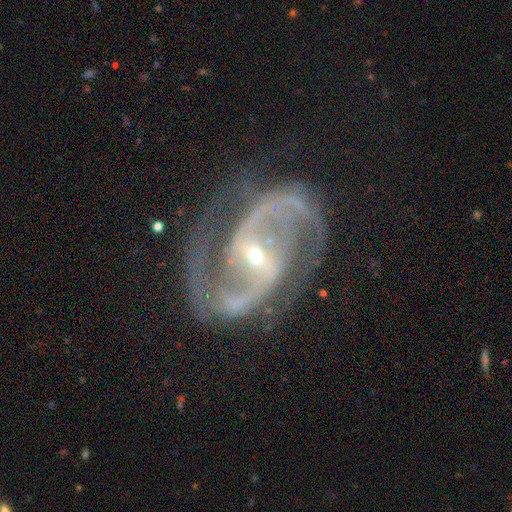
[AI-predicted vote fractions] Smooth or featured? featured or disk (92%)
Edge-on disk? no (98%)
Bar? strong (40%)
Spiral arms? yes (98%)
Spiral winding? medium (61%)
Spiral arm count? 2 (90%)
Bulge size? small (74%)
Merging? none (73%)